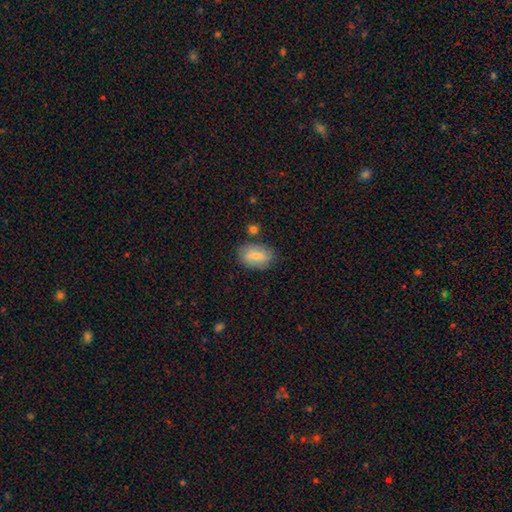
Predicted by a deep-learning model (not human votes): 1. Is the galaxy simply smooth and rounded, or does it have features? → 73% smooth, 20% featured or disk, 7% star or artifact.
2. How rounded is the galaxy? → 88% in between, 10% round, 2% cigar-shaped.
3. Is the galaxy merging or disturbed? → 76% none, 16% minor disturbance, 4% major disturbance, 4% merger.